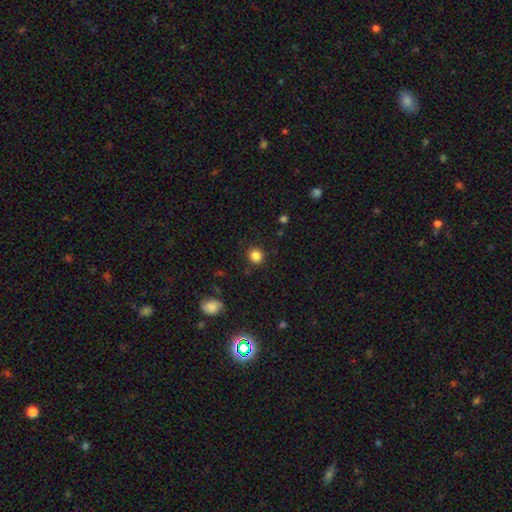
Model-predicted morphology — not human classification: Smooth or featured: smooth — 84% (star or artifact — 12%)
How rounded: round — 82% (in between — 17%)
Merging: none — 88% (minor disturbance — 8%)